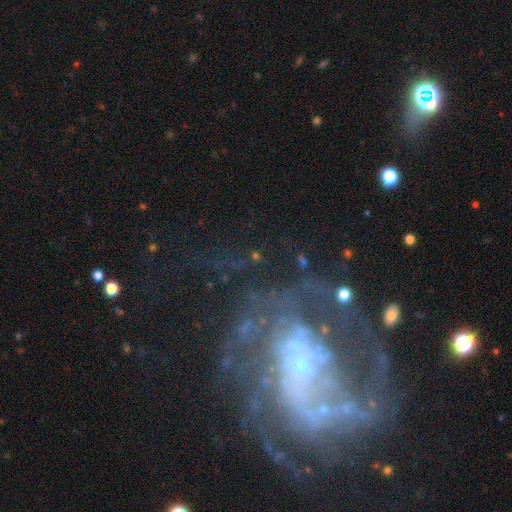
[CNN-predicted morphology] A featured or disk galaxy (83%) with no bar (67%), medium (39%) spiral arms (87%) and a small central bulge (74%).

Vote fractions:
- Smooth or featured? featured or disk: 83% / star or artifact: 10% / smooth: 7%
- Edge-on disk? no: 98% / yes: 2%
- Bar? no: 67% / weak: 23% / strong: 10%
- Spiral arms? yes: 87% / no: 13%
- Spiral winding? medium: 39% / tight: 37% / loose: 24%
- Spiral arm count? can't tell: 32% / 2: 25% / 3: 15% / 4: 10% / 1: 9% / more than 4: 9%
- Bulge size? small: 74% / none: 12% / moderate: 11% / large: 2% / dominant: 1%
- Merging? none: 51% / major disturbance: 28% / minor disturbance: 16% / merger: 5%